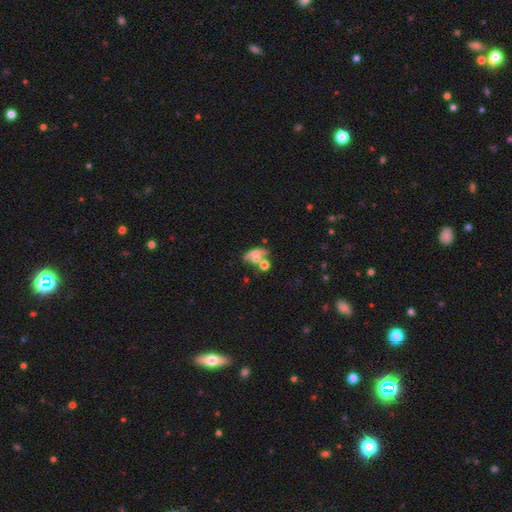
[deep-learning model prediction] The model was most divided on "smooth or featured": smooth: 47%, featured or disk: 36%, star or artifact: 17%. Remaining: merging — merger (44%).